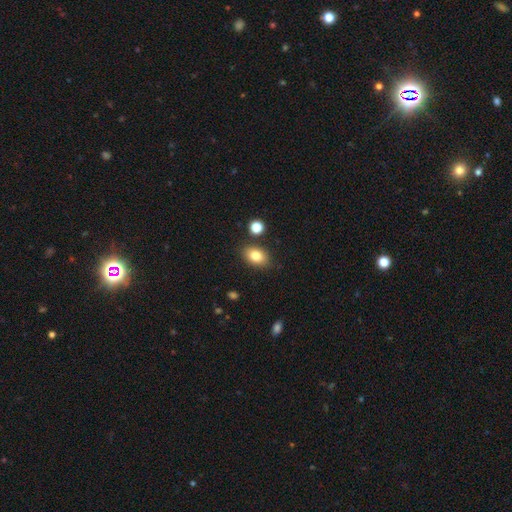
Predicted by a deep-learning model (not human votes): A smooth galaxy with no disk features (82%) that is in between round and cigar-shaped (80%).

Vote fractions:
- Smooth or featured? smooth: 82% / star or artifact: 9% / featured or disk: 9%
- How rounded? in between: 80% / round: 19% / cigar-shaped: 1%
- Merging? none: 81% / minor disturbance: 11% / merger: 5% / major disturbance: 3%